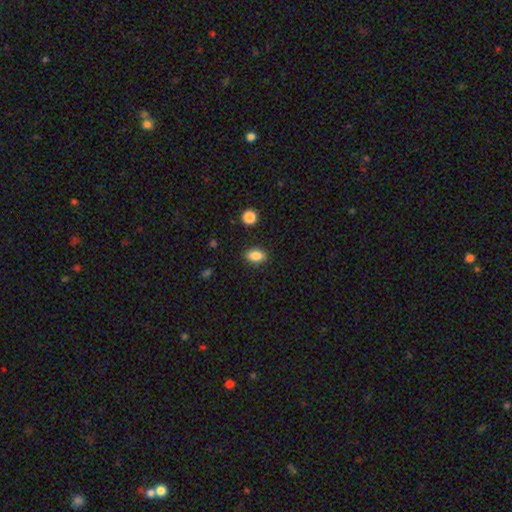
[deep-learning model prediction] A smooth galaxy with no disk features (86%) that is in between round and cigar-shaped (84%).

Vote fractions:
- Smooth or featured? smooth: 86% / star or artifact: 9% / featured or disk: 5%
- How rounded? in between: 84% / round: 14% / cigar-shaped: 2%
- Merging? none: 88% / minor disturbance: 8% / major disturbance: 2% / merger: 2%